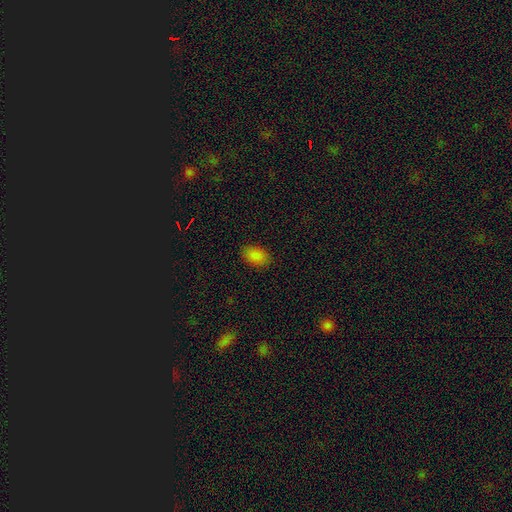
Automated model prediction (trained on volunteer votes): This appears to be a smooth galaxy with no disk features (86%) that is in between round and cigar-shaped (91%). Merging: none (87%).